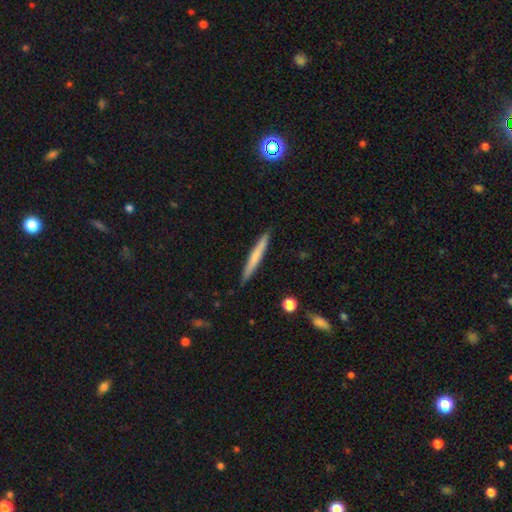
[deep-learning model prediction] This appears to be a smooth galaxy with no disk features (63%) that is cigar-shaped (96%). Merging: none (90%).